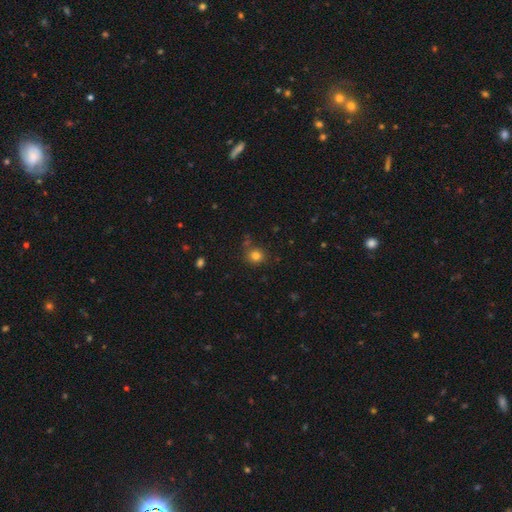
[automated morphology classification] A smooth galaxy with no disk features (80%) that is round (88%). Merging: none (77%).